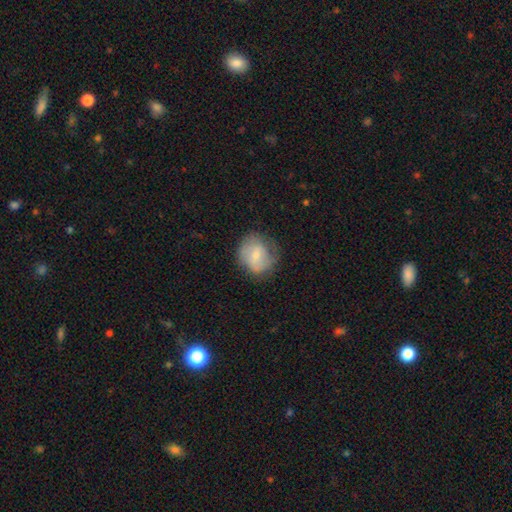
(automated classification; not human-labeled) This is likely a smooth galaxy (62%). How rounded: likely round (76%). Merging: likely none (64%).